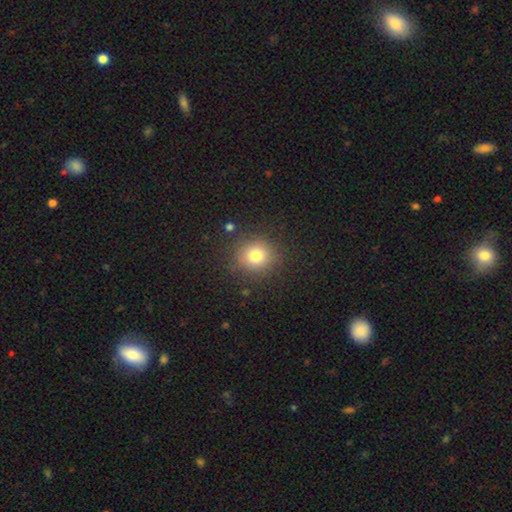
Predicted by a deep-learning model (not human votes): smooth_or_featured: smooth (p=0.77) [alt: star or artifact p=0.14]
how_rounded: round (p=0.88) [alt: in between p=0.11]
merging: none (p=0.87) [alt: minor disturbance p=0.08]